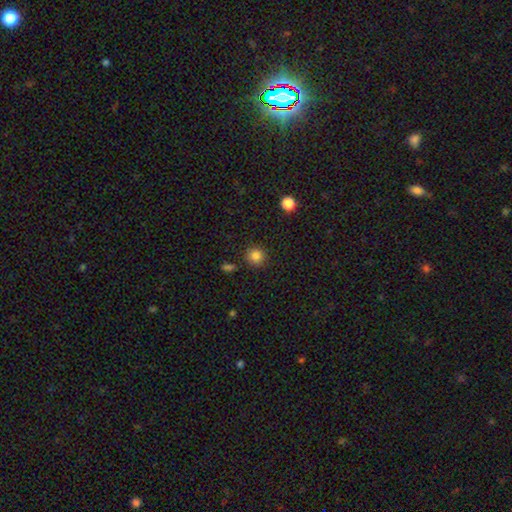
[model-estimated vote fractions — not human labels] Smooth or featured? smooth (84%)
How rounded? round (92%)
Merging? none (89%)